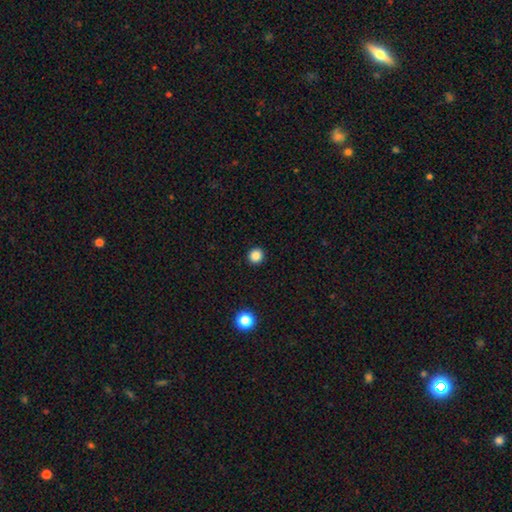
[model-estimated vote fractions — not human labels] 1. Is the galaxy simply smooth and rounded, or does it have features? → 86% smooth, 11% star or artifact, 3% featured or disk.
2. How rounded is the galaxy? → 94% round, 5% in between, 1% cigar-shaped.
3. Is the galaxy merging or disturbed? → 93% none, 4% minor disturbance, 2% major disturbance, 1% merger.